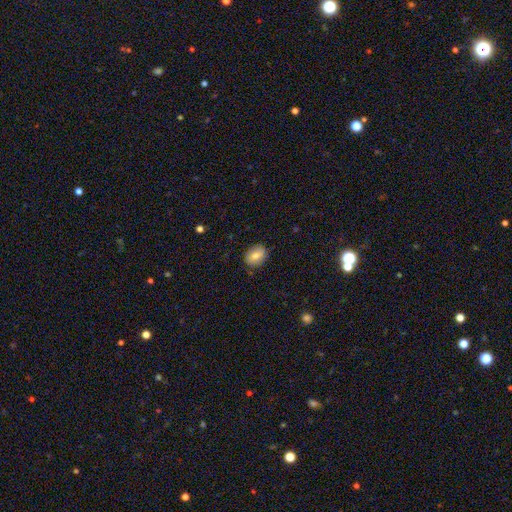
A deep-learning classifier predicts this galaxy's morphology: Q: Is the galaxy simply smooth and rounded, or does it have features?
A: smooth — 74%.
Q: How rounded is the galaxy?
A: in between — 61%.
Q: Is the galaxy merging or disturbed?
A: none — 83%.